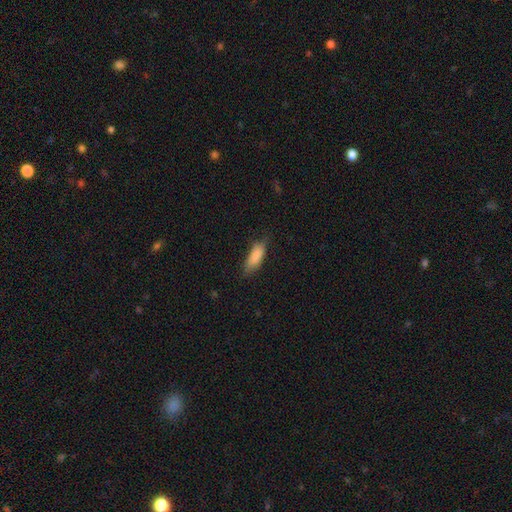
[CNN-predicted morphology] This appears to be a smooth galaxy with no disk features (85%) that is in between round and cigar-shaped (67%). Merging: none (65%).